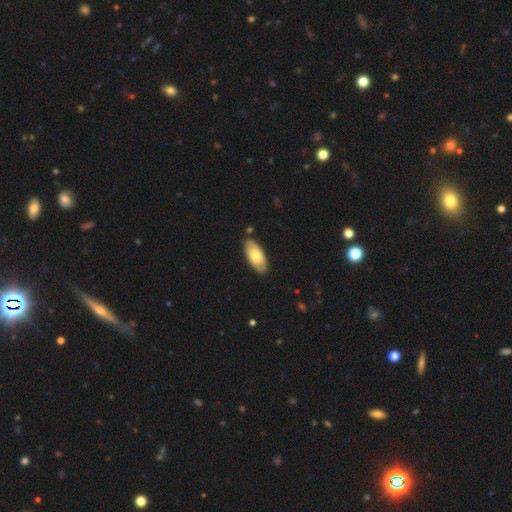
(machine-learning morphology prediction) type=smooth (71%); roundness=in between (89%); merging=none (84%).